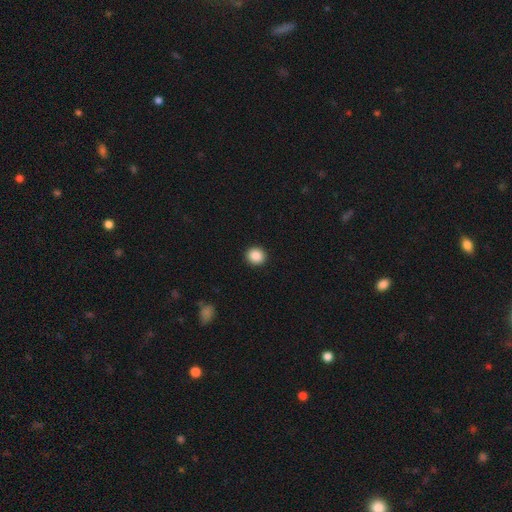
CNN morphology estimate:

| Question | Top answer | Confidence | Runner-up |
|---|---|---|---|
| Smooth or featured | smooth | 88% | star or artifact (9%) |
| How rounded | round | 90% | in between (9%) |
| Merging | none | 93% | minor disturbance (4%) |